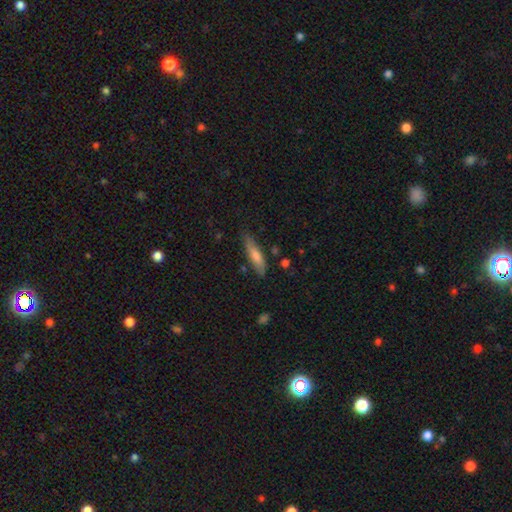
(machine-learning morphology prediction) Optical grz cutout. It shows a smooth galaxy with no disk features (67%) that is cigar-shaped (79%). Merging: none (78%).